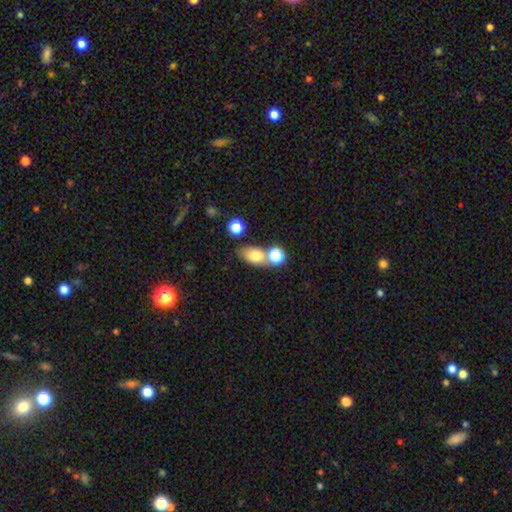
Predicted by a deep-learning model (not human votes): This appears to be a smooth galaxy with no disk features (74%) that is in between round and cigar-shaped (78%). Merging: none (58%).